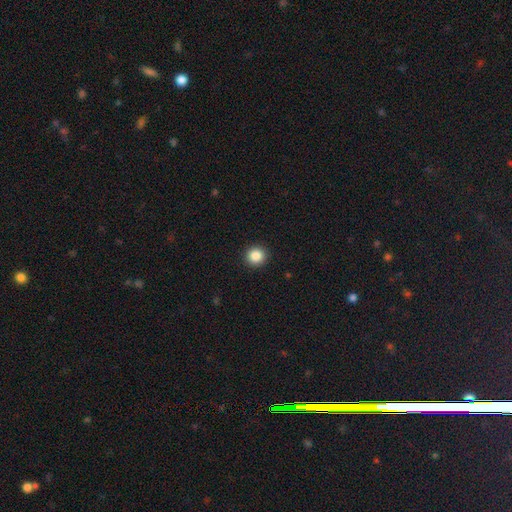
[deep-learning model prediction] A smooth galaxy with no disk features (86%) that is round (92%).

Vote fractions:
- Smooth or featured? smooth: 86% / star or artifact: 10% / featured or disk: 4%
- How rounded? round: 92% / in between: 7% / cigar-shaped: 1%
- Merging? none: 93% / minor disturbance: 5% / major disturbance: 2% / merger: 1%